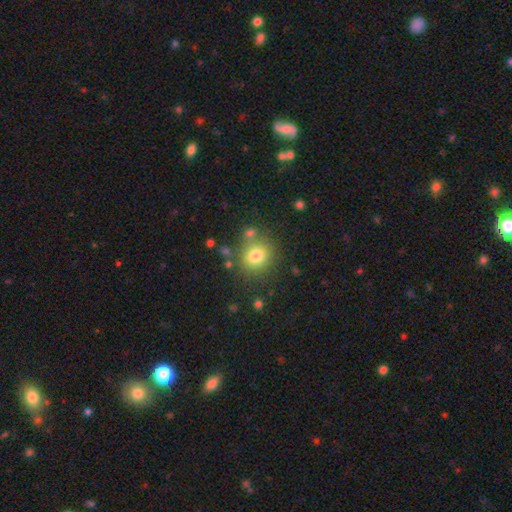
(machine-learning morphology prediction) Smooth or featured: smooth — 78% (star or artifact — 13%)
How rounded: round — 83% (in between — 16%)
Merging: none — 75% (minor disturbance — 11%)